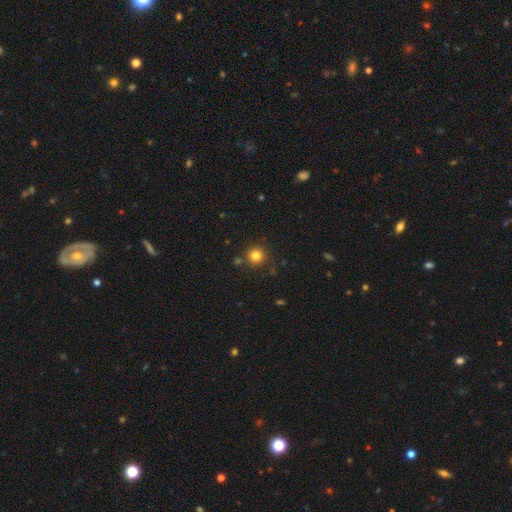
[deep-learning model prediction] The model was most divided on "smooth or featured": smooth: 81%, star or artifact: 13%, featured or disk: 6%. More confident: how rounded — round (94%); merging — none (83%).